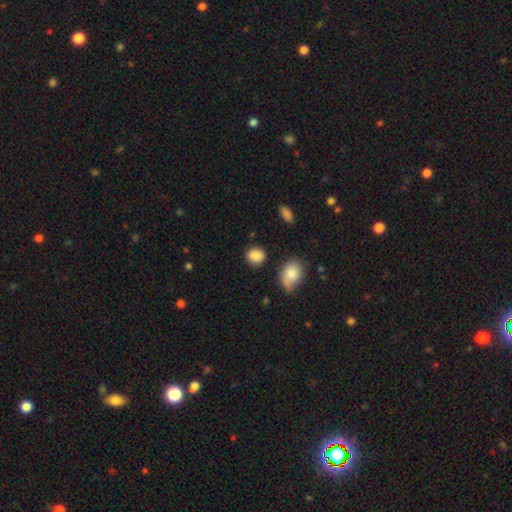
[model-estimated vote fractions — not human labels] smooth-or-featured: smooth: 84% | star or artifact: 10% | featured or disk: 6%
  how-rounded: round: 75% | in between: 23% | cigar-shaped: 1%
  merging: none: 79% | minor disturbance: 13% | major disturbance: 4% | merger: 3%